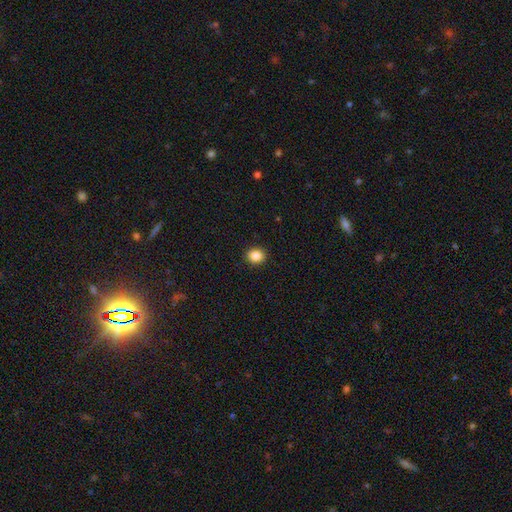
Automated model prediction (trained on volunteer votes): smooth 86%, star or artifact 10%, featured or disk 4%. Down the decision tree: how rounded — round (72%); merging — none (92%).